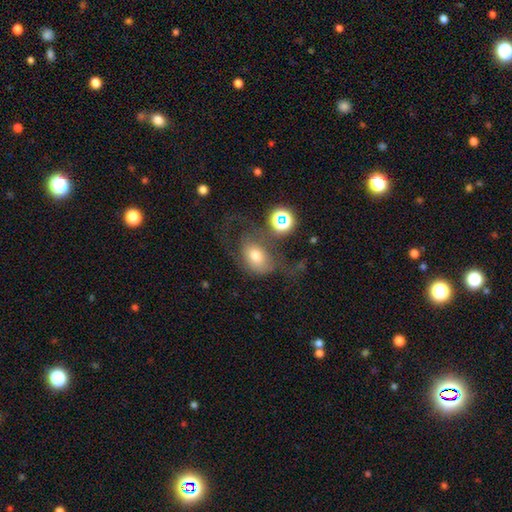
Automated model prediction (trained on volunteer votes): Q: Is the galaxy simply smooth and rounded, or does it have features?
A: smooth — 60%.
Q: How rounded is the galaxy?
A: in between — 67%.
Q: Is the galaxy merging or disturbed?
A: major disturbance — 41%.